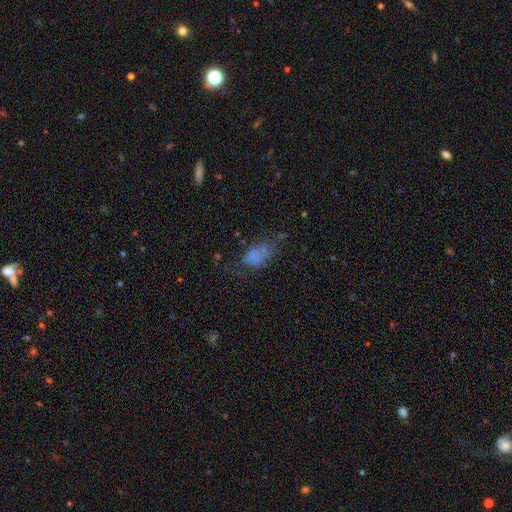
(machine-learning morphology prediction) smooth_or_featured: smooth (p=0.60) [alt: featured or disk p=0.23]
how_rounded: in between (p=0.84) [alt: round p=0.12]
merging: none (p=0.35) [alt: major disturbance p=0.33]